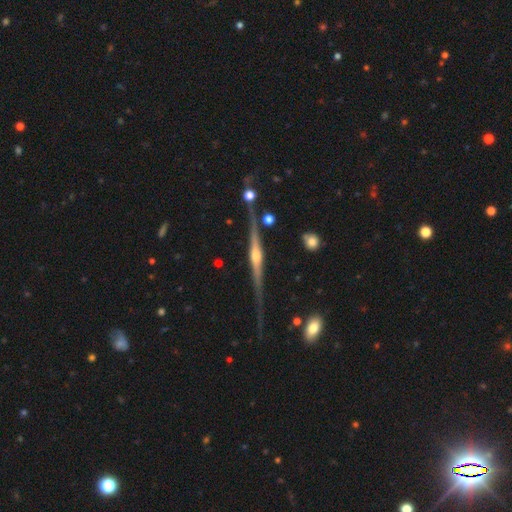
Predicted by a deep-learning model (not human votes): This appears to be a featured or disk galaxy (89%) viewed edge-on (98%) with a rounded central bulge (88%). Merging: none (78%).